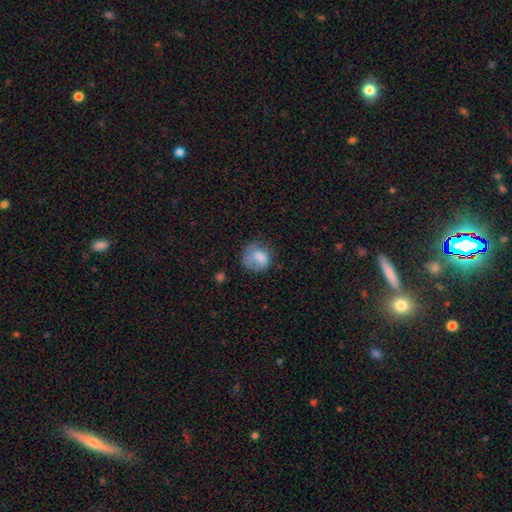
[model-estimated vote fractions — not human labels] The model was most divided on "merging": none: 43%, minor disturbance: 29%, major disturbance: 25%, merger: 3%. More confident: smooth or featured — smooth (73%); how rounded — round (64%).